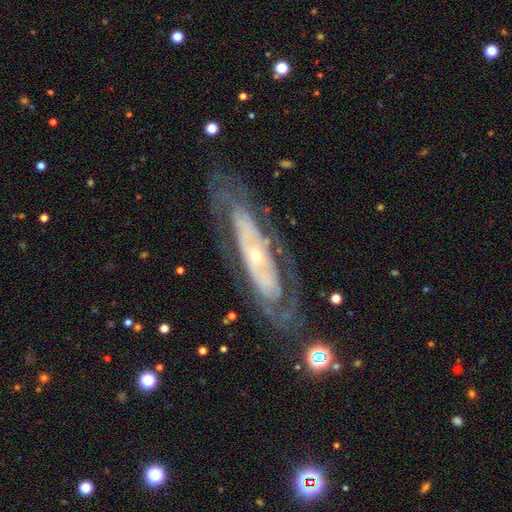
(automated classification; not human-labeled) featured or disk 83%, smooth 11%, star or artifact 6%. Down the decision tree: edge-on disk — no (81%); bar — no (75%); spiral arms — yes (82%); spiral arm count — can't tell (48%); spiral winding — tight (69%); bulge size — small (78%); merging — none (76%).